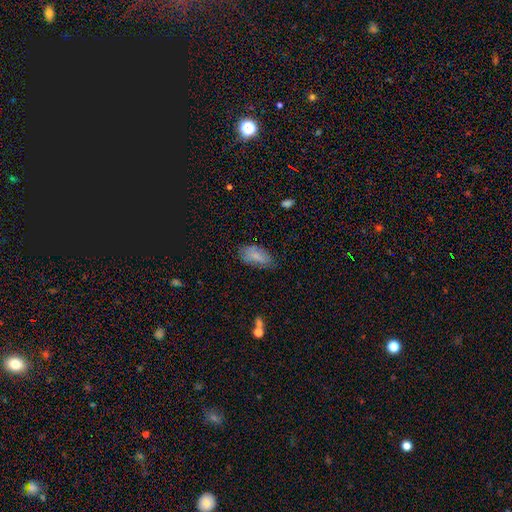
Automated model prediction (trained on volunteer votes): smooth_or_featured: smooth (p=0.73) [alt: featured or disk p=0.18]
how_rounded: in between (p=0.92) [alt: cigar-shaped p=0.04]
merging: none (p=0.63) [alt: minor disturbance p=0.28]